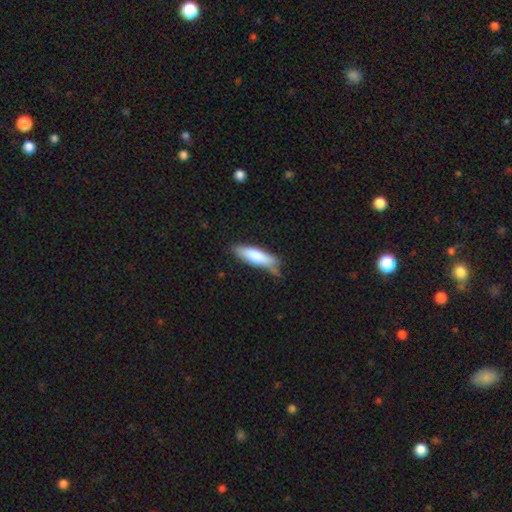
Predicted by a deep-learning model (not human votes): Smooth or featured? Predicted: smooth (p=0.78). How rounded? Predicted: cigar-shaped (p=0.61). Merging? Predicted: none (p=0.63).